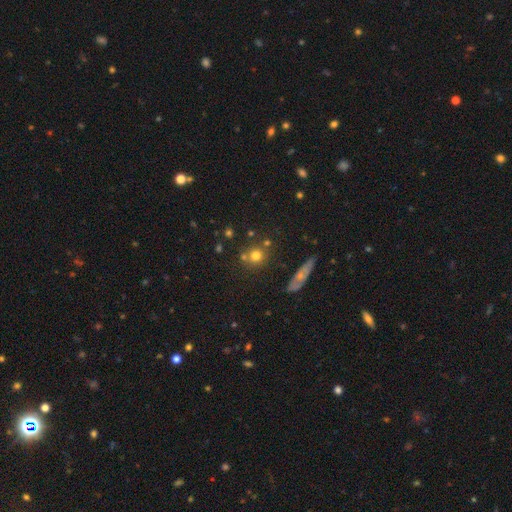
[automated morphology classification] Smooth or featured?
  - smooth: 70% *
  - star or artifact: 16%
  - featured or disk: 14%
How rounded?
  - round: 89% *
  - in between: 9%
  - cigar-shaped: 2%
Merging?
  - none: 70% *
  - merger: 15%
  - minor disturbance: 11%
  - major disturbance: 4%